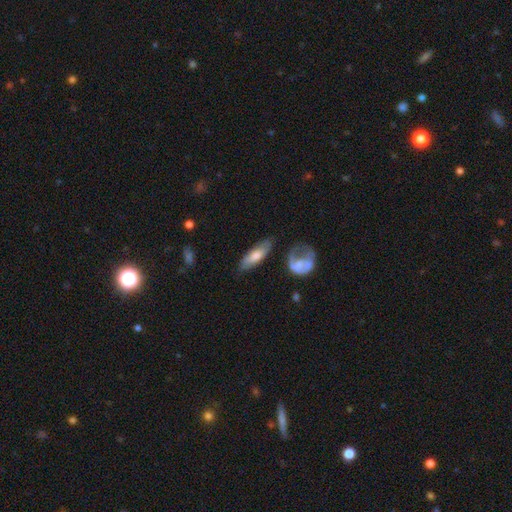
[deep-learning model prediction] This is likely a smooth galaxy (61%). How rounded: possibly in between (58%). Merging: likely none (68%).